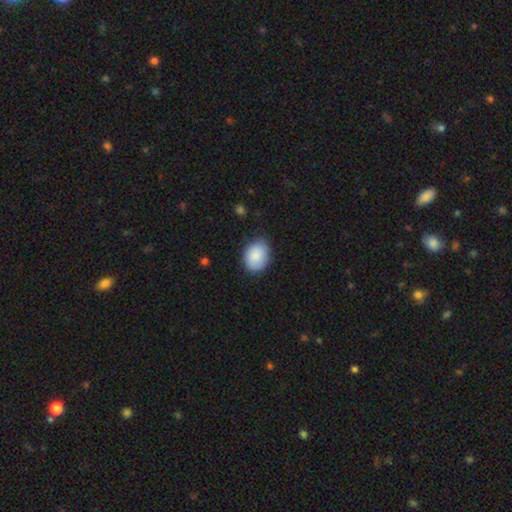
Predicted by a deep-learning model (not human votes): A smooth galaxy with no disk features (87%) that is in between round and cigar-shaped (61%). Merging: none (81%).